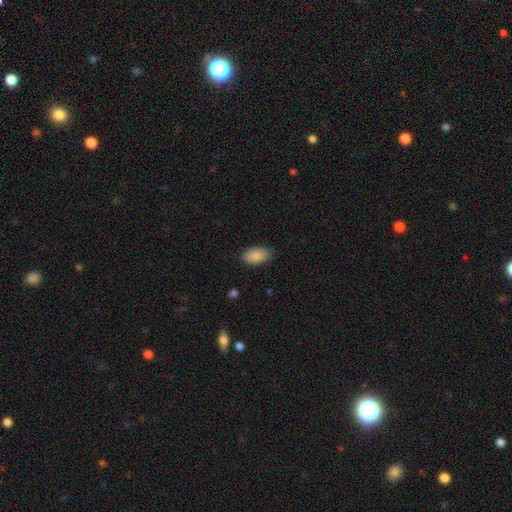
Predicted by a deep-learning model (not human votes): Morphology: type=smooth (89%); roundness=in between (94%); merging=none (84%).